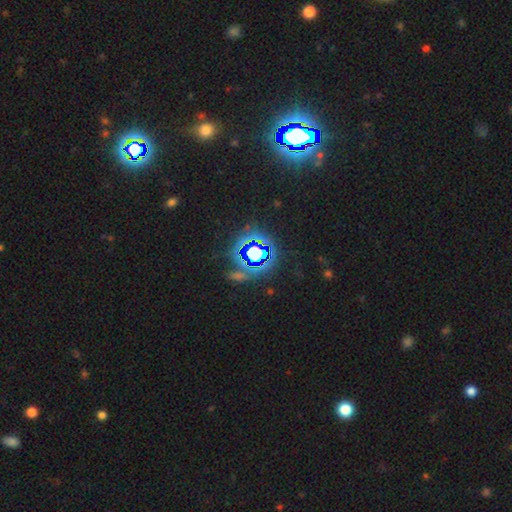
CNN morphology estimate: A star or artifact, not a galaxy (82%).

Vote fractions:
- Smooth or featured? star or artifact: 82% / smooth: 11% / featured or disk: 7%